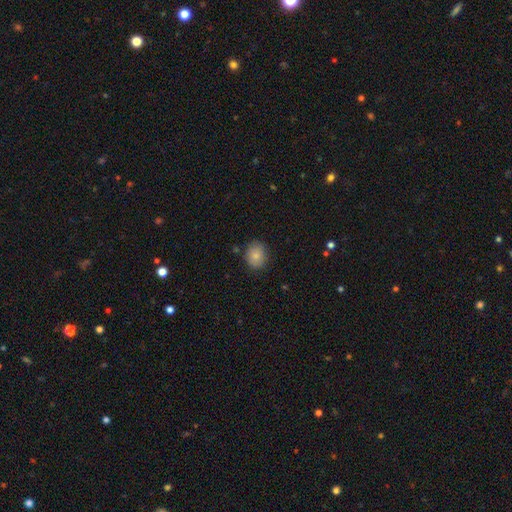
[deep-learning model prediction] A smooth galaxy with no disk features (82%) that is round (61%).

Vote fractions:
- Smooth or featured? smooth: 82% / featured or disk: 9% / star or artifact: 9%
- How rounded? round: 61% / in between: 38% / cigar-shaped: 1%
- Merging? none: 83% / minor disturbance: 13% / major disturbance: 3% / merger: 2%